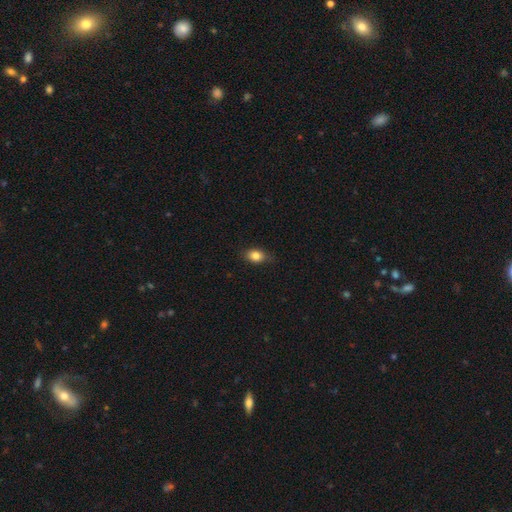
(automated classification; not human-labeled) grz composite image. It shows a smooth galaxy with no disk features (83%) that is in between round and cigar-shaped (75%). Merging: none (80%).